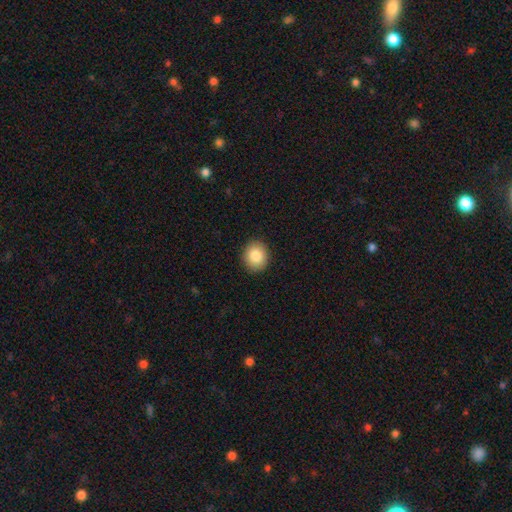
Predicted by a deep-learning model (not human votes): A smooth galaxy with no disk features (85%) that is round (75%).

Vote fractions:
- Smooth or featured? smooth: 85% / star or artifact: 9% / featured or disk: 7%
- How rounded? round: 75% / in between: 24% / cigar-shaped: 1%
- Merging? none: 92% / minor disturbance: 6% / major disturbance: 2% / merger: 1%